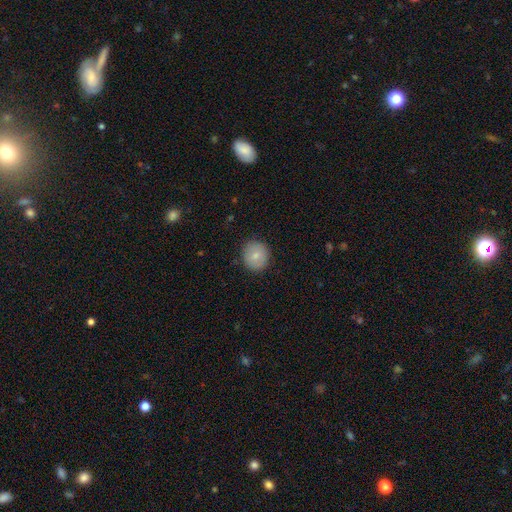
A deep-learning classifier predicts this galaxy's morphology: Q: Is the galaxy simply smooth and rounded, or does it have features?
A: smooth — 79%.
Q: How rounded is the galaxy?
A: round — 88%.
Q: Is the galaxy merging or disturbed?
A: none — 87%.